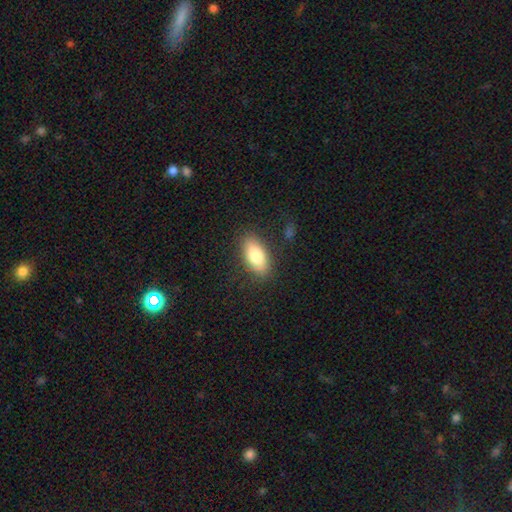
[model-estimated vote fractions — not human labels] smooth_or_featured: smooth (p=0.81) [alt: featured or disk p=0.13]
how_rounded: in between (p=0.89) [alt: cigar-shaped p=0.07]
merging: none (p=0.84) [alt: minor disturbance p=0.11]